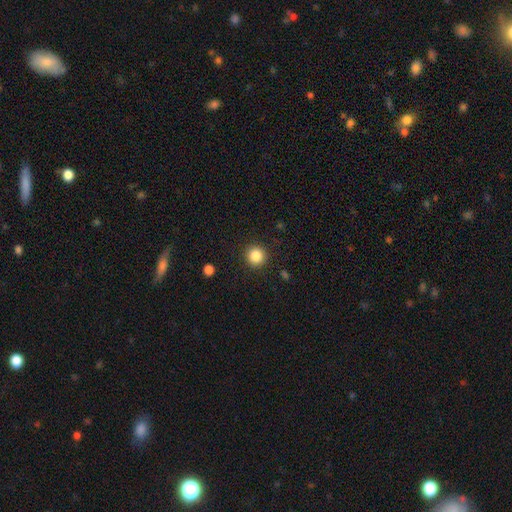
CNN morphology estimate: The model was most divided on "smooth or featured": smooth: 86%, star or artifact: 10%, featured or disk: 4%. More confident: how rounded — round (94%); merging — none (91%).